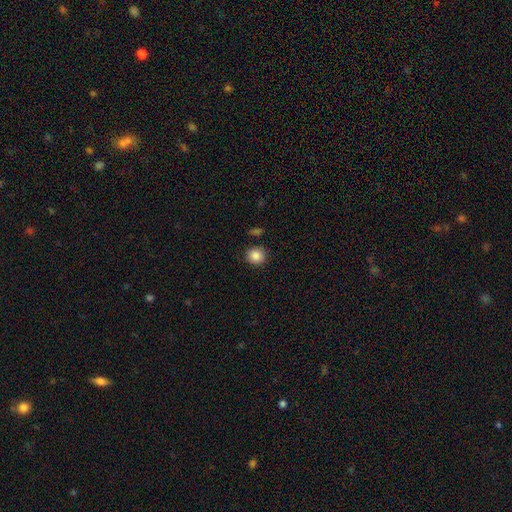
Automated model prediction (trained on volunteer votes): This is clearly a smooth galaxy (87%). How rounded: clearly round (84%). Merging: clearly none (85%).